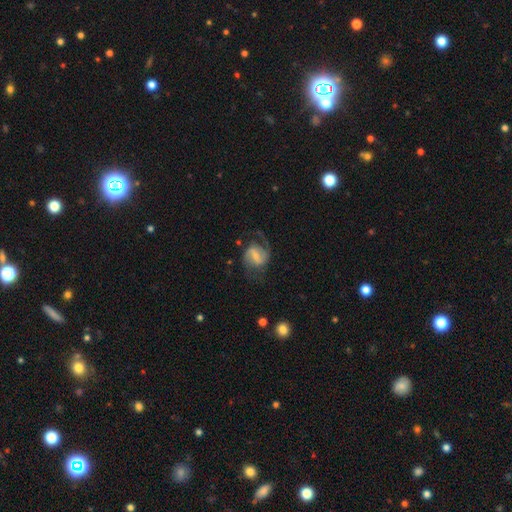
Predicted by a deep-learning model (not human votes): featured or disk 80%, smooth 14%, star or artifact 6%. Down the decision tree: edge-on disk — no (98%); bar — weak (50%); spiral arms — yes (95%); spiral arm count — 2 (87%); spiral winding — medium (51%); bulge size — small (39%); merging — none (65%).